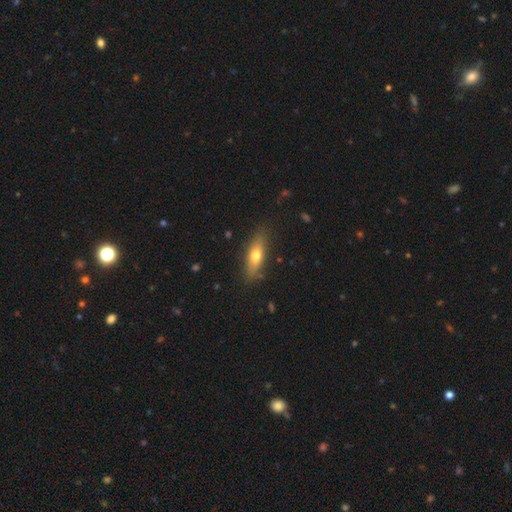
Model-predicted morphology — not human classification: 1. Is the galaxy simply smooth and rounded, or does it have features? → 63% smooth, 30% featured or disk, 7% star or artifact.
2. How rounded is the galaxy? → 52% in between, 44% cigar-shaped, 3% round.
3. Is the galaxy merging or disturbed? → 83% none, 13% minor disturbance, 3% major disturbance, 2% merger.